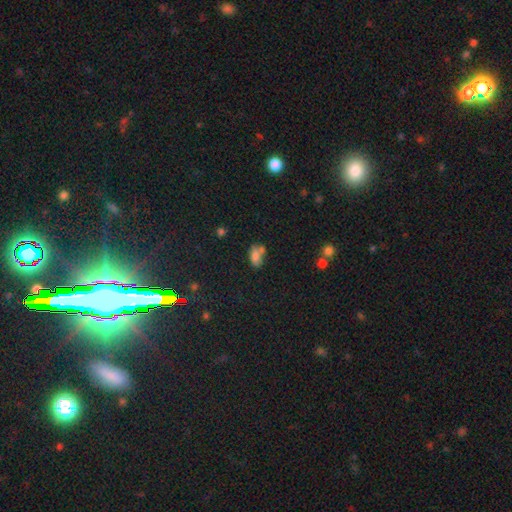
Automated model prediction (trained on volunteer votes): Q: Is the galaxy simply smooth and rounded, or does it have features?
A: smooth — 73%.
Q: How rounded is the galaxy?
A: in between — 87%.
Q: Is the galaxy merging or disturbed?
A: none — 43%.